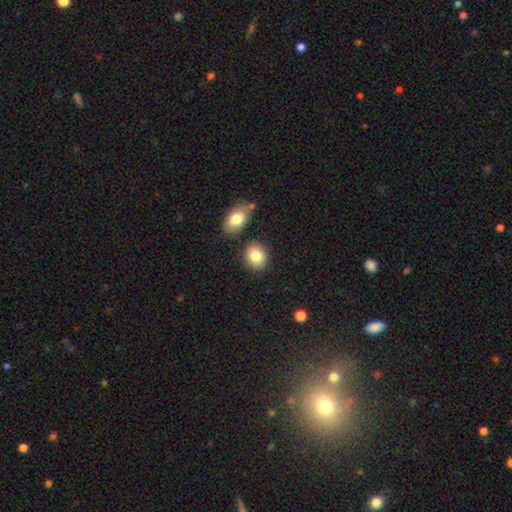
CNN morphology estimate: The model was most divided on "how rounded": in between: 51%, round: 47%, cigar-shaped: 1%. More confident: smooth or featured — smooth (84%); merging — none (79%).